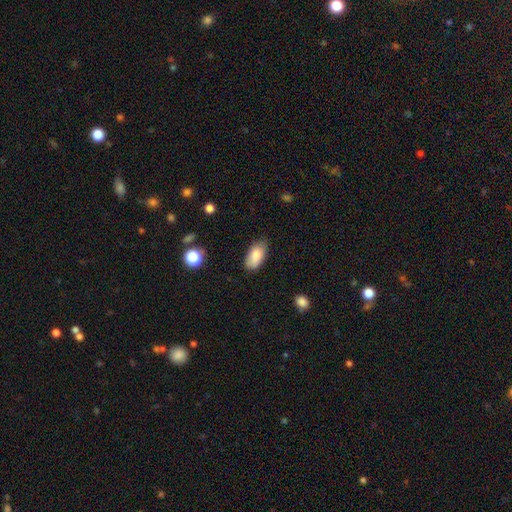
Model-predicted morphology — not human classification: Smooth or featured? smooth (86%)
How rounded? in between (93%)
Merging? none (78%)